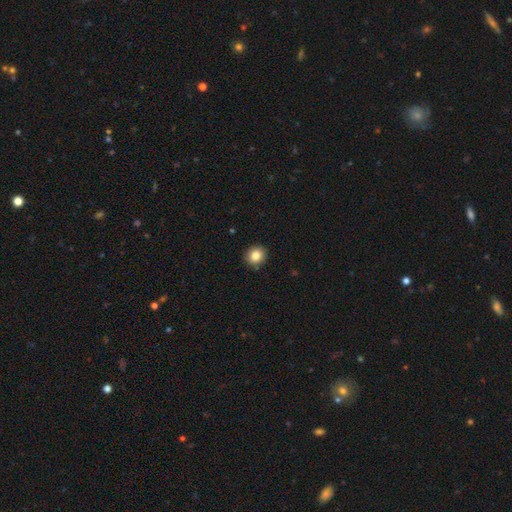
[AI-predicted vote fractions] Smooth or featured? smooth (84%)
How rounded? round (86%)
Merging? none (91%)